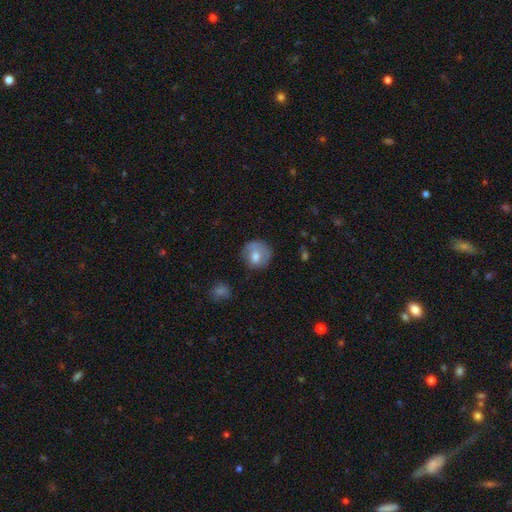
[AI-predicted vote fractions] smooth-or-featured: smooth: 71% | featured or disk: 20% | star or artifact: 8%
  how-rounded: round: 82% | in between: 17% | cigar-shaped: 1%
  merging: none: 62% | minor disturbance: 26% | major disturbance: 10% | merger: 3%